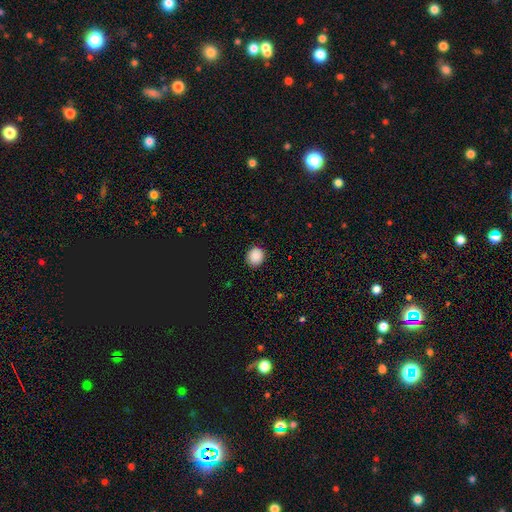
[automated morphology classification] Smooth or featured?
  - smooth: 89% *
  - star or artifact: 9%
  - featured or disk: 2%
How rounded?
  - round: 83% *
  - in between: 16%
  - cigar-shaped: 1%
Merging?
  - none: 89% *
  - minor disturbance: 8%
  - major disturbance: 2%
  - merger: 1%